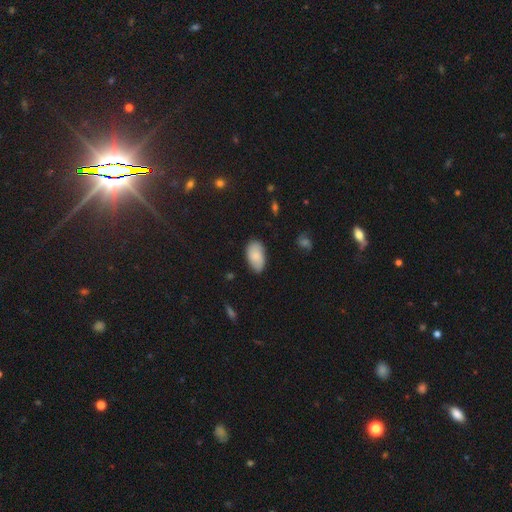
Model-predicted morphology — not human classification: This is clearly a smooth galaxy (82%). How rounded: clearly in between (94%). Merging: likely none (78%).